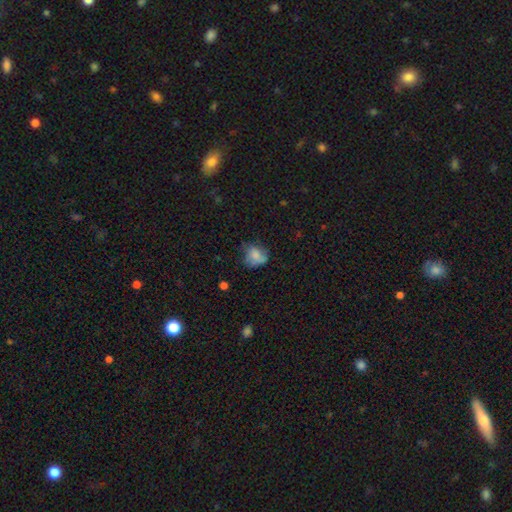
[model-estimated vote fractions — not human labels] smooth 72%, featured or disk 18%, star or artifact 10%. Down the decision tree: how rounded — round (59%); merging — none (48%).